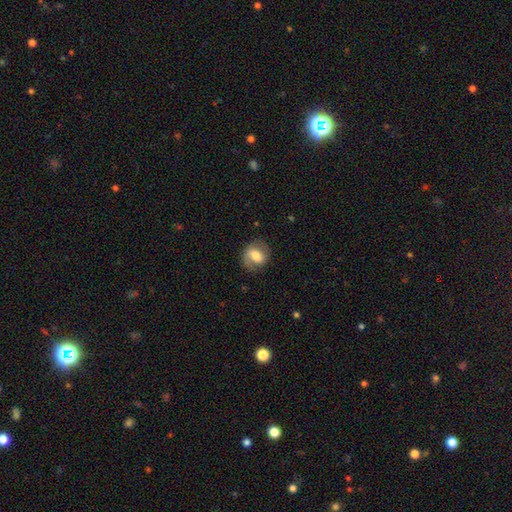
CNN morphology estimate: A smooth galaxy with no disk features (47%). Merging: none (72%).